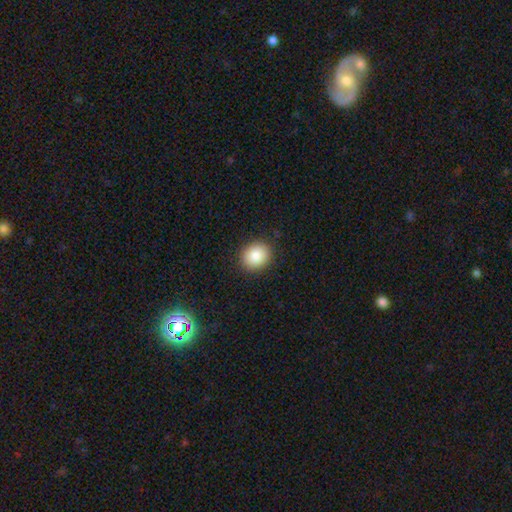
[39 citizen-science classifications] This appears to be a smooth galaxy with no disk features (85%) that is round (82%). Merging: none (89%).